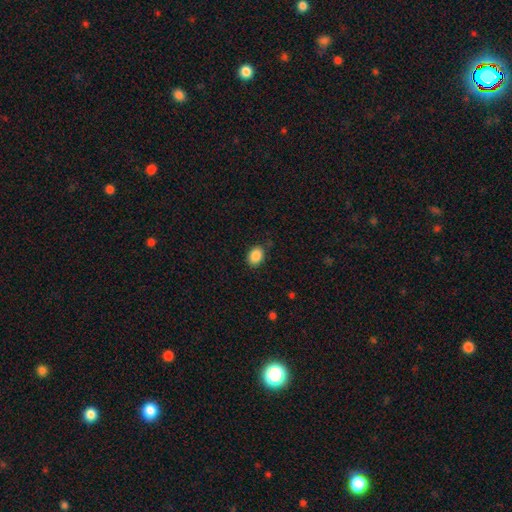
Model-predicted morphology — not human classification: Overall: smooth (88%). How rounded: in between (66%; round 33%). Merging: none (84%).